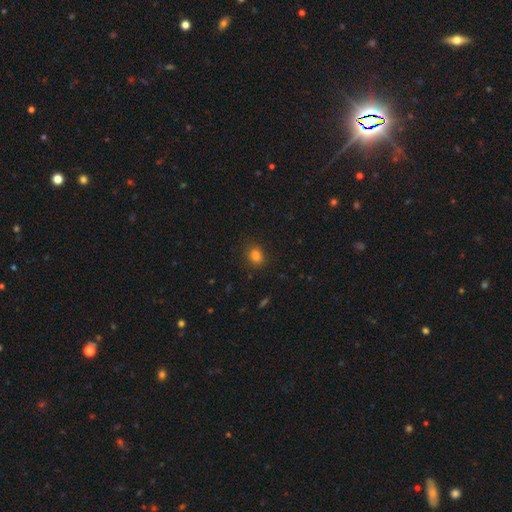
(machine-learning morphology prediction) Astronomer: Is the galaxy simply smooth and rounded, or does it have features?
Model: smooth — 82%.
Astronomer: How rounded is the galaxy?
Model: round — 52% (runner-up: in between, 47%).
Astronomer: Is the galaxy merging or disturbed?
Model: none — 85%.